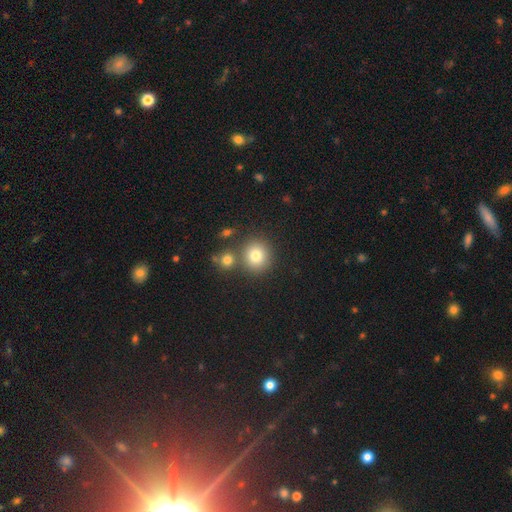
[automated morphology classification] This is likely a smooth galaxy (79%). How rounded: clearly round (88%). Merging: likely none (73%).